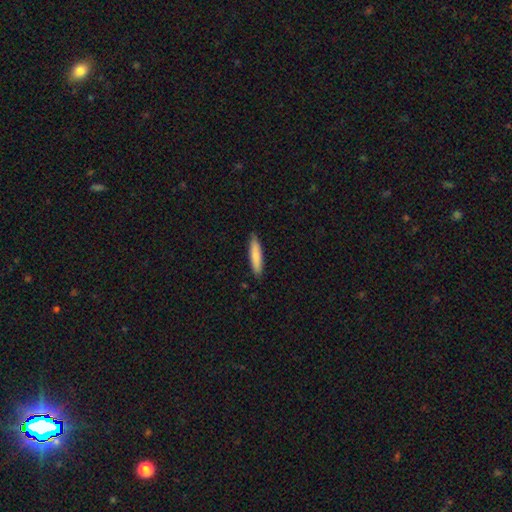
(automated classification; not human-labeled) This is clearly a smooth galaxy (82%). How rounded: clearly cigar-shaped (86%). Merging: clearly none (87%).